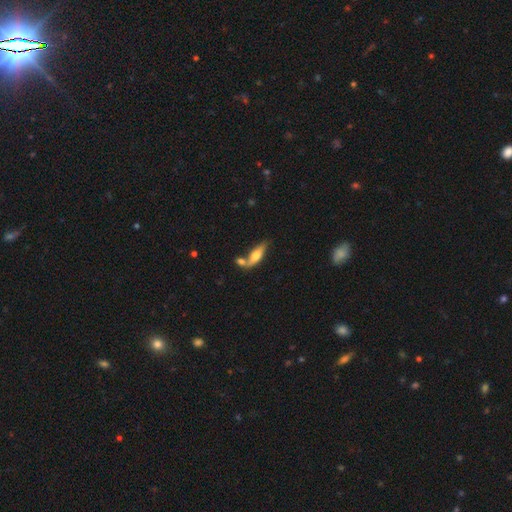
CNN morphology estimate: The model was most divided on "how rounded": in between: 49%, cigar-shaped: 48%, round: 3%. Remaining: smooth or featured — smooth (57%); merging — none (47%).